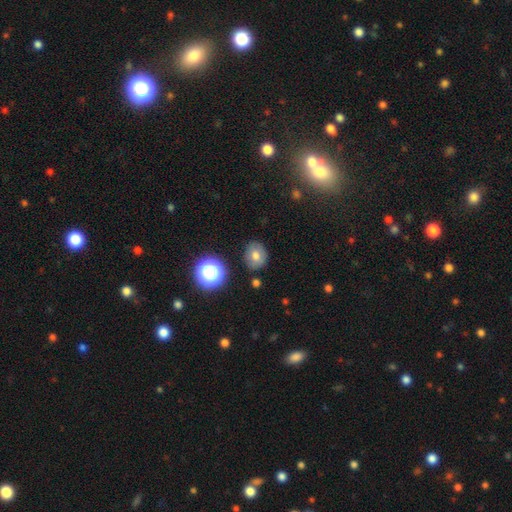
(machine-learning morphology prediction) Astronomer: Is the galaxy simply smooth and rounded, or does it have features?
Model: smooth — 71%.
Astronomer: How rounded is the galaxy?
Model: round — 68%.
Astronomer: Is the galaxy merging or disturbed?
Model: none — 80%.